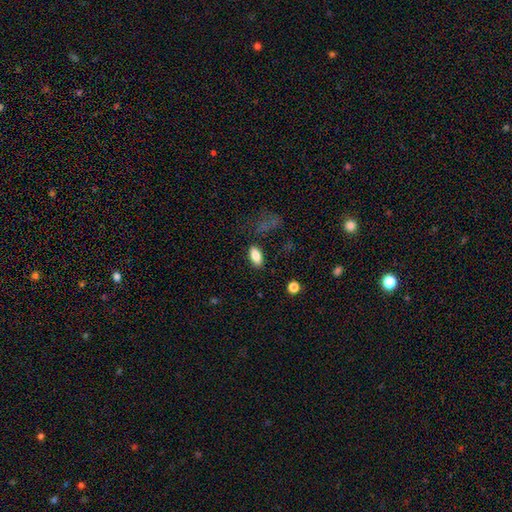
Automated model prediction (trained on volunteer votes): smooth 85%, star or artifact 8%, featured or disk 7%. Down the decision tree: how rounded — in between (89%); merging — none (84%).